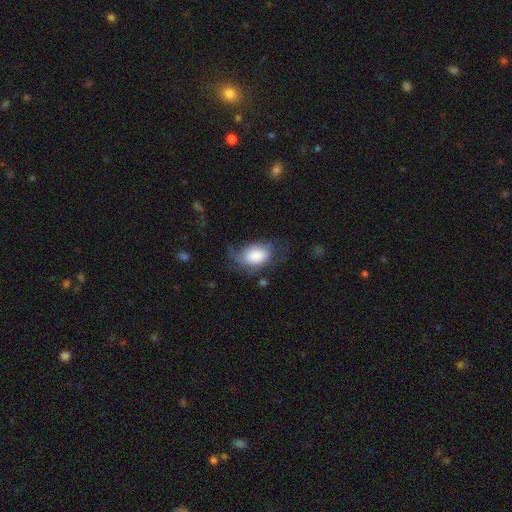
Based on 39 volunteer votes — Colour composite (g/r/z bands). It shows a smooth galaxy with no disk features (85%) that is in between round and cigar-shaped (97%). Merging: minor disturbance (46%).